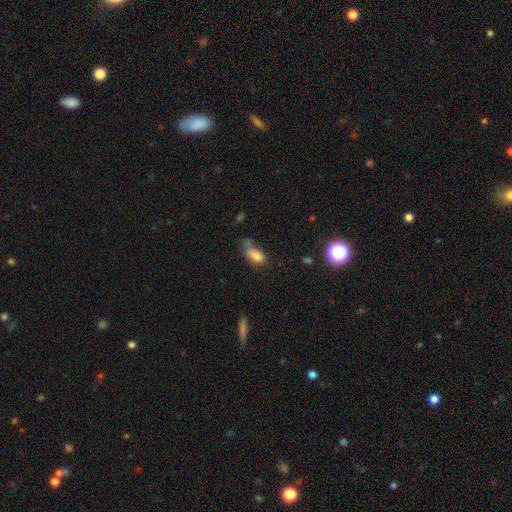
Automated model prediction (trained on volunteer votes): Morphology: type=smooth (79%); roundness=in between (86%); merging=none (35%).